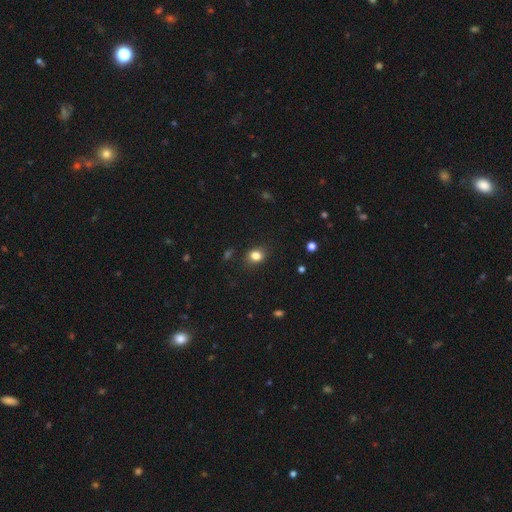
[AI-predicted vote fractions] Overall: smooth (83%). How rounded: round (54%; in between 45%). Merging: none (84%).